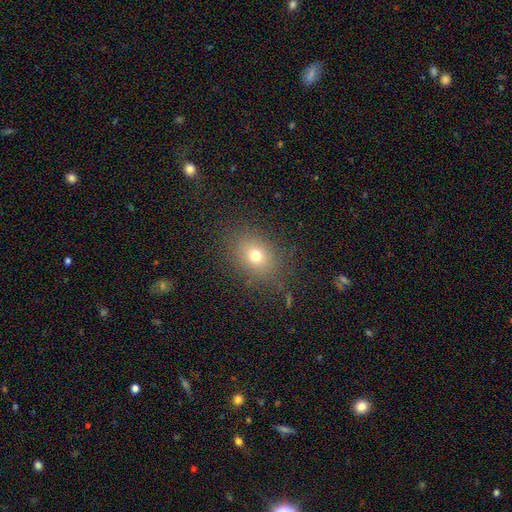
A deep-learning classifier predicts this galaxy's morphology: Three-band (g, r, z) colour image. It shows a smooth galaxy with no disk features (72%) that is round (51%). Merging: none (82%).